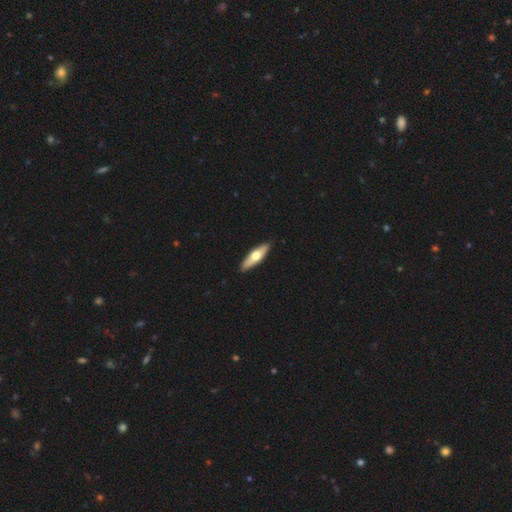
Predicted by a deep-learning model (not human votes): Smooth or featured: smooth — 55% (featured or disk — 41%)
How rounded: cigar-shaped — 63% (in between — 35%)
Merging: none — 91% (minor disturbance — 6%)